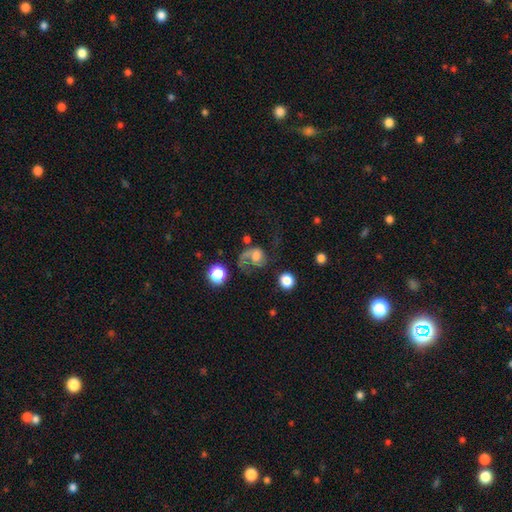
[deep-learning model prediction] This appears to be a featured or disk galaxy (54%) with no bar (69%), spiral arms (80%) and a moderate central bulge (28%). Merging: major disturbance (50%).